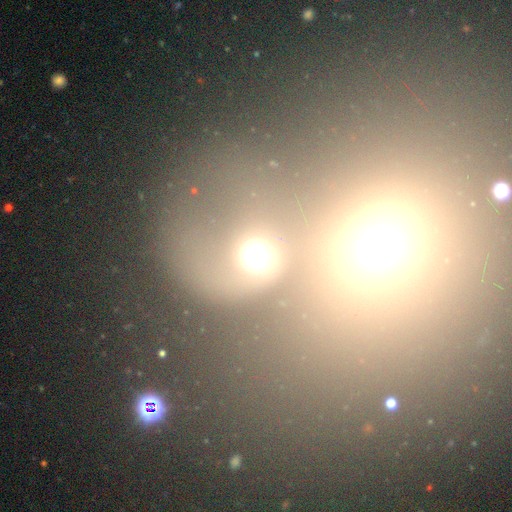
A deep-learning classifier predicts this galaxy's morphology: This is possibly a smooth galaxy (58%). How rounded: likely round (74%). Merging: marginally none (40%, tied with merger).